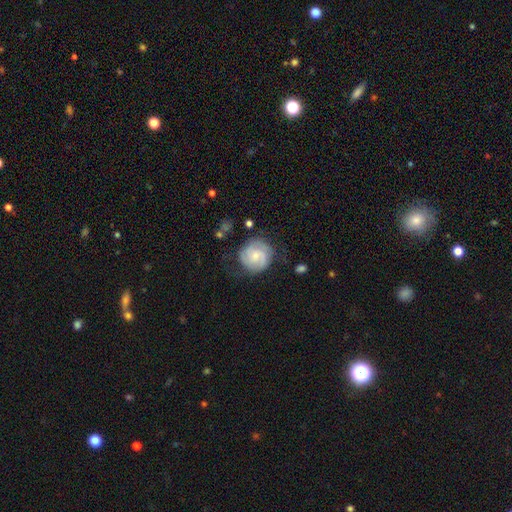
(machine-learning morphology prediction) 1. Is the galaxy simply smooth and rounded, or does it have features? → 63% featured or disk, 30% smooth, 6% star or artifact.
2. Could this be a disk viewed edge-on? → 98% no, 2% yes.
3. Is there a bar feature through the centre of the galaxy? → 63% no, 32% weak, 4% strong.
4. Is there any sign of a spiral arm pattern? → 90% yes, 10% no.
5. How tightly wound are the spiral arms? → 52% tight, 37% medium, 11% loose.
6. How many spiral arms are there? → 52% 2, 22% can't tell, 16% 3, 4% 1, 3% 4, 3% more than 4.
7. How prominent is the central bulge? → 55% small, 38% moderate, 4% none, 2% large, 1% dominant.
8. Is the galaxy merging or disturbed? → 68% none, 21% minor disturbance, 9% major disturbance, 2% merger.